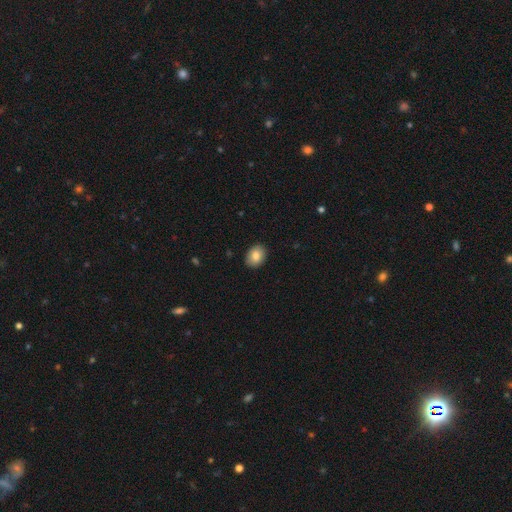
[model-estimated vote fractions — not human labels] Overall: smooth (84%). How rounded: in between (65%; round 34%). Merging: none (90%).